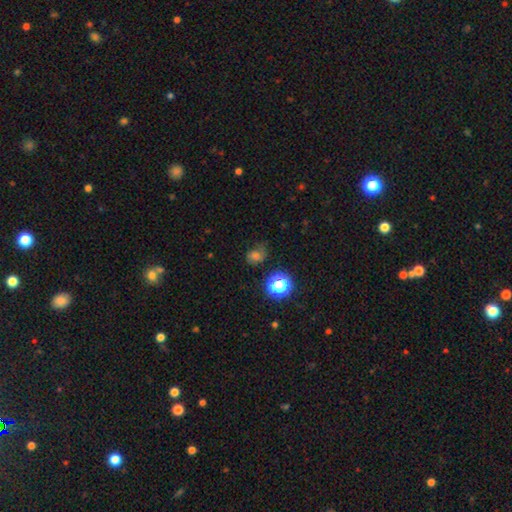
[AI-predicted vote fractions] A smooth galaxy with no disk features (51%) that is round (60%). Merging: none (60%).